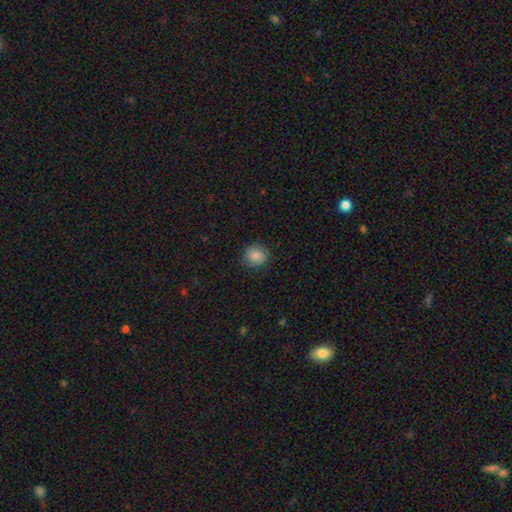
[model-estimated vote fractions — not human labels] Smooth or featured? Predicted: smooth (p=0.85). How rounded? Predicted: round (p=0.88). Merging? Predicted: none (p=0.86).